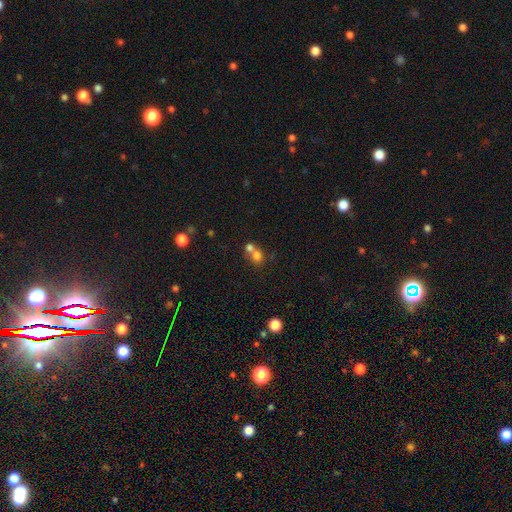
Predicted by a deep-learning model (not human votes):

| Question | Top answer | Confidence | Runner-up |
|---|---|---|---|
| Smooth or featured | smooth | 74% | star or artifact (14%) |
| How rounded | round | 76% | in between (23%) |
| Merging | merger | 55% | none (37%) |